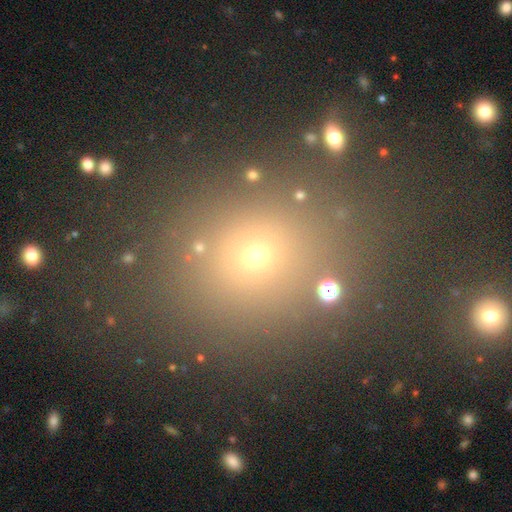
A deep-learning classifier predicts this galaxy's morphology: This is likely a smooth galaxy (62%). How rounded: likely round (72%). Merging: likely none (78%).